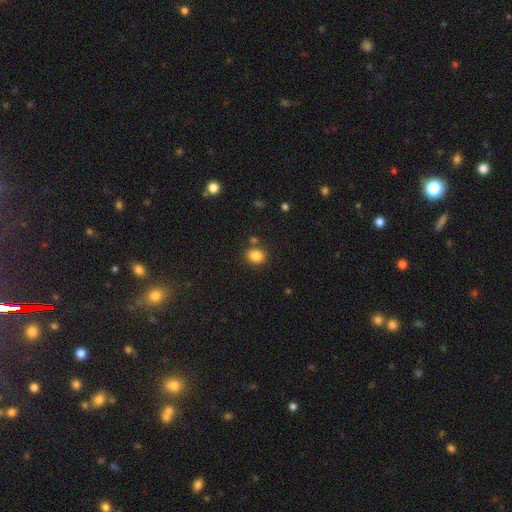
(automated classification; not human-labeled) A smooth galaxy with no disk features (84%) that is round (62%). Merging: none (80%).